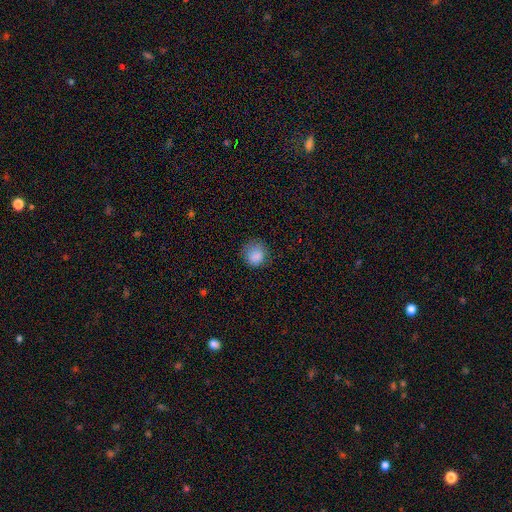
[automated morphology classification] Overall: smooth (86%). How rounded: round (87%). Merging: none (74%).